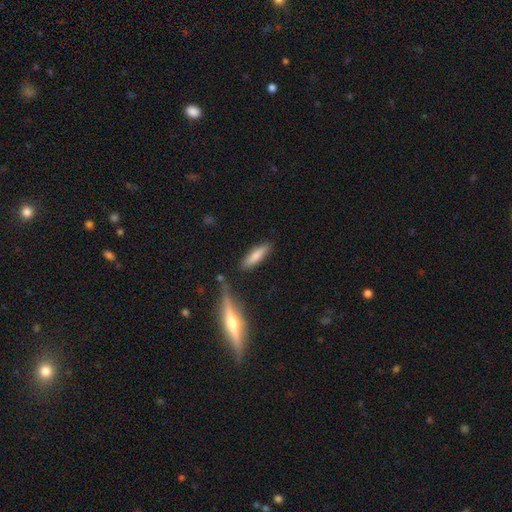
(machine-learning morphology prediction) The model was most divided on "how rounded": cigar-shaped: 65%, in between: 33%, round: 2%. More confident: merging — none (80%); smooth or featured — smooth (79%).